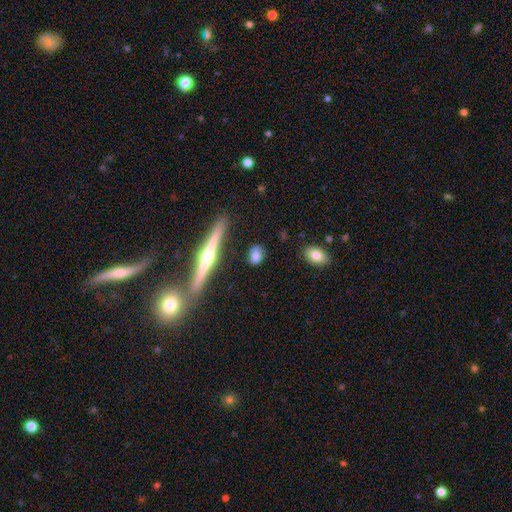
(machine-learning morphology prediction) This appears to be a smooth galaxy with no disk features (72%) that is in between round and cigar-shaped (57%). Merging: none (82%).